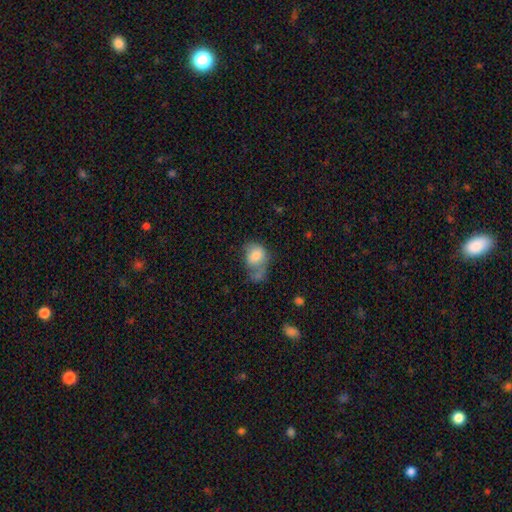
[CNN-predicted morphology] Smooth or featured? smooth (74%)
How rounded? in between (65%)
Merging? major disturbance (27%, tied with merger)